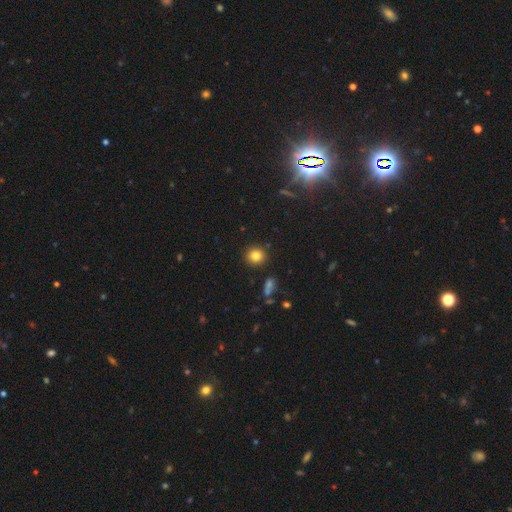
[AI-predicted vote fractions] Smooth or featured?
  - smooth: 82% *
  - star or artifact: 12%
  - featured or disk: 6%
How rounded?
  - round: 88% *
  - in between: 11%
  - cigar-shaped: 1%
Merging?
  - none: 89% *
  - minor disturbance: 6%
  - merger: 2%
  - major disturbance: 2%